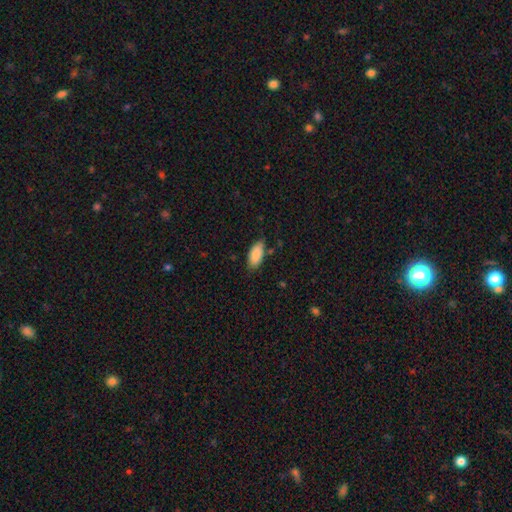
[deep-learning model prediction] Morphology: type=smooth (88%); roundness=in between (90%); merging=none (73%).